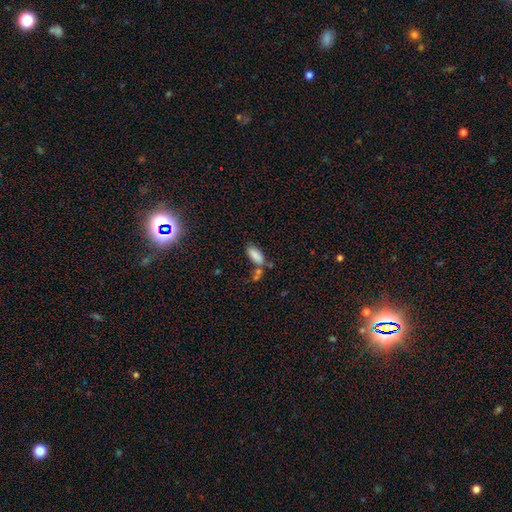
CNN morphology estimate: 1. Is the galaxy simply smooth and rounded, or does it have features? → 84% smooth, 9% star or artifact, 7% featured or disk.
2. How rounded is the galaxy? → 79% in between, 18% cigar-shaped, 2% round.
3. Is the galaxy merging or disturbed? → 51% none, 24% merger, 18% minor disturbance, 7% major disturbance.